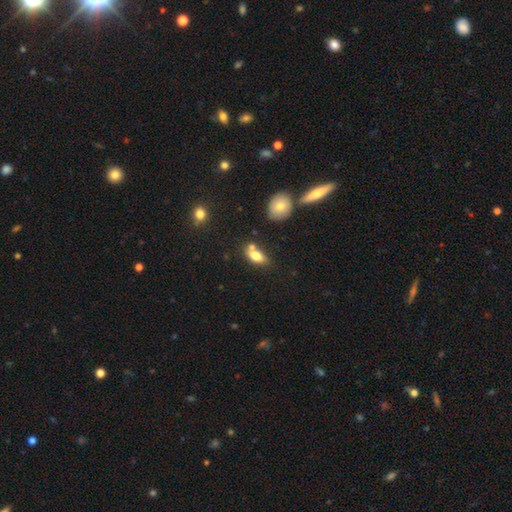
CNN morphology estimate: Smooth or featured? smooth (76%)
How rounded? in between (85%)
Merging? none (46%)